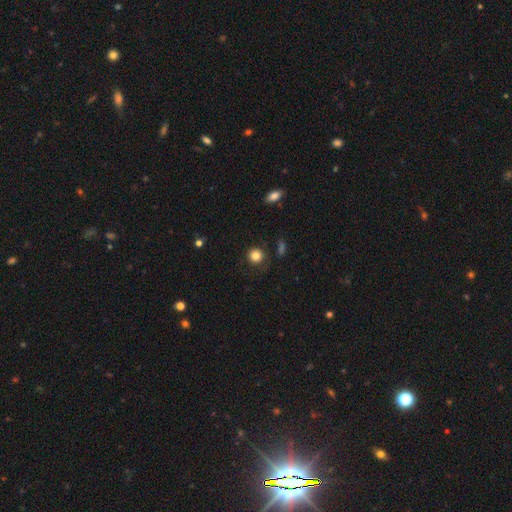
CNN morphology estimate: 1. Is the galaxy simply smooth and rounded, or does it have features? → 83% smooth, 11% star or artifact, 6% featured or disk.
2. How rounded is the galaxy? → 89% round, 10% in between, 1% cigar-shaped.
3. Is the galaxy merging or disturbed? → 83% none, 11% minor disturbance, 4% major disturbance, 2% merger.